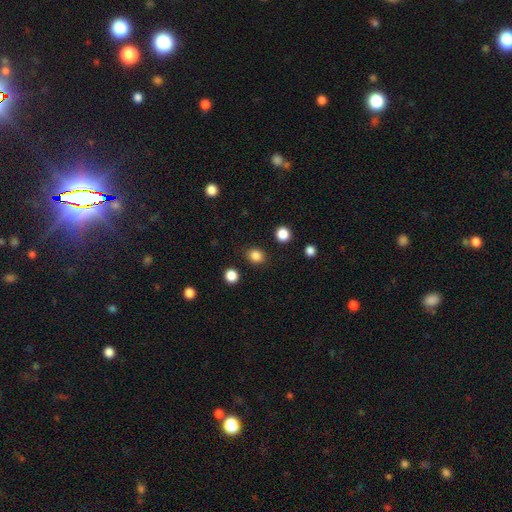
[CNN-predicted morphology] Overall: smooth (84%). How rounded: round (70%). Merging: none (88%).